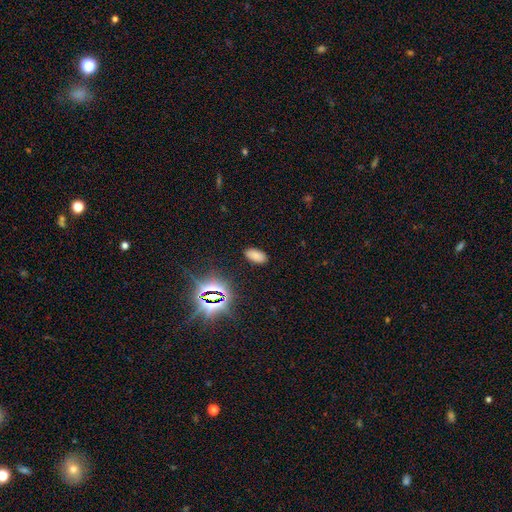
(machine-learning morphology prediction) A smooth galaxy with no disk features (73%) that is in between round and cigar-shaped (93%).

Vote fractions:
- Smooth or featured? smooth: 73% / star or artifact: 21% / featured or disk: 6%
- How rounded? in between: 93% / cigar-shaped: 4% / round: 3%
- Merging? none: 88% / minor disturbance: 8% / major disturbance: 3% / merger: 1%